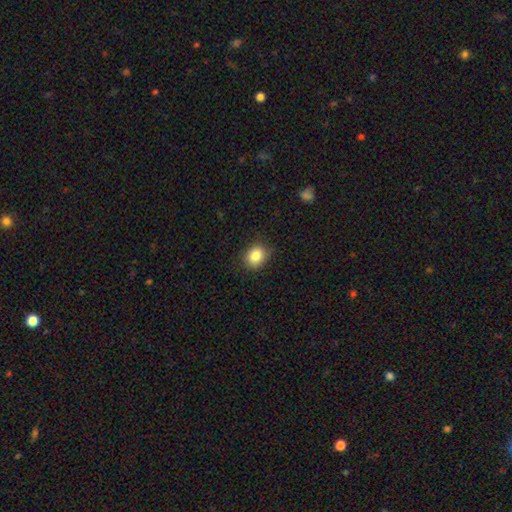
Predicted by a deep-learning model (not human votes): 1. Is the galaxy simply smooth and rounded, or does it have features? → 85% smooth, 10% star or artifact, 6% featured or disk.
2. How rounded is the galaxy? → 65% round, 35% in between, 1% cigar-shaped.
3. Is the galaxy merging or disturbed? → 86% none, 11% minor disturbance, 3% major disturbance, 1% merger.